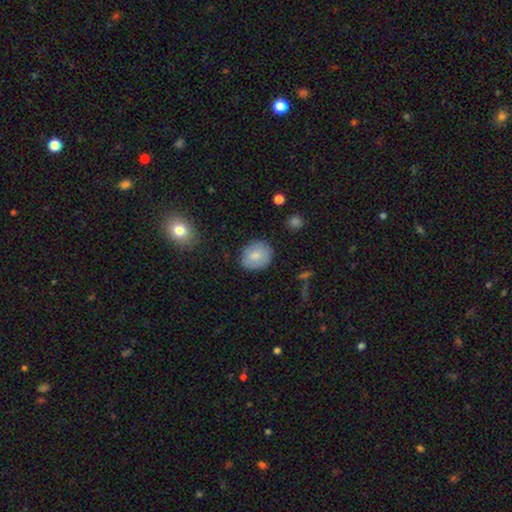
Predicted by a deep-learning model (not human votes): This appears to be a smooth galaxy with no disk features (80%) that is round (69%). Merging: none (83%).